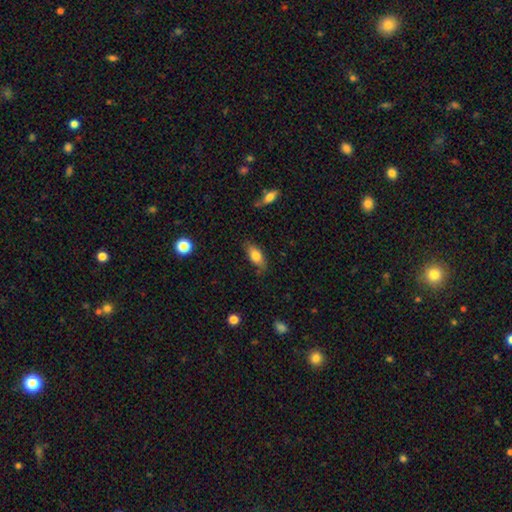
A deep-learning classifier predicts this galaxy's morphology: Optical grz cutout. It shows a smooth galaxy with no disk features (76%) that is in between round and cigar-shaped (82%). Merging: none (75%).